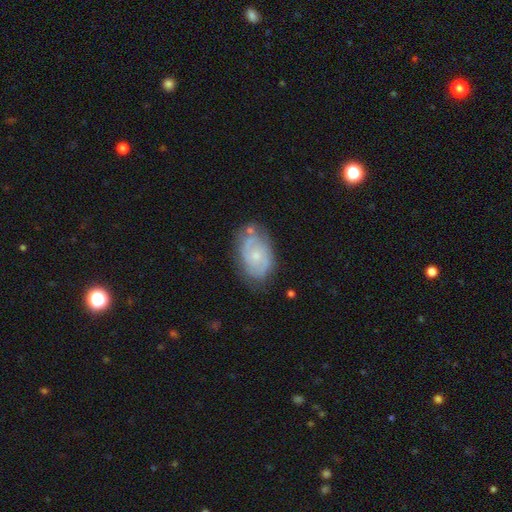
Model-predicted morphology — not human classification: Smooth or featured? featured or disk (72%)
Edge-on disk? no (96%)
Bar? no (71%)
Spiral arms? yes (85%)
Spiral winding? tight (49%)
Spiral arm count? 2 (59%)
Bulge size? small (65%)
Merging? none (66%)